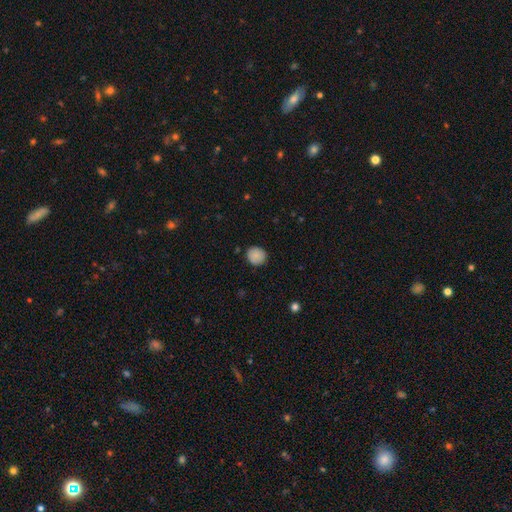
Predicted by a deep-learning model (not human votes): Q: Smooth or featured?
A: smooth (87%); runner-up: star or artifact (9%)
Q: How rounded?
A: round (86%); runner-up: in between (13%)
Q: Merging?
A: none (86%); runner-up: minor disturbance (11%)